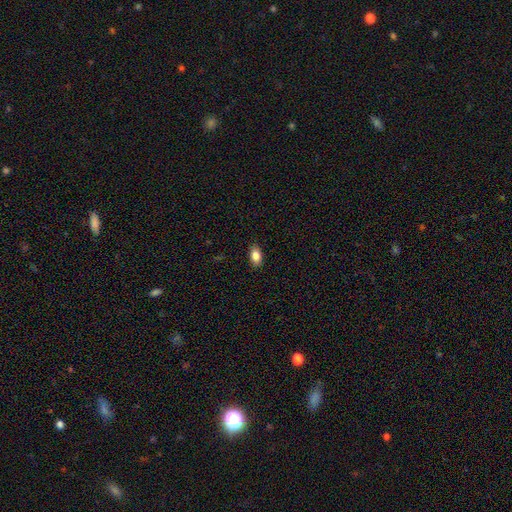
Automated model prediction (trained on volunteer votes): Q: Smooth or featured?
A: smooth (85%); runner-up: star or artifact (8%)
Q: How rounded?
A: in between (89%); runner-up: round (8%)
Q: Merging?
A: none (88%); runner-up: minor disturbance (9%)